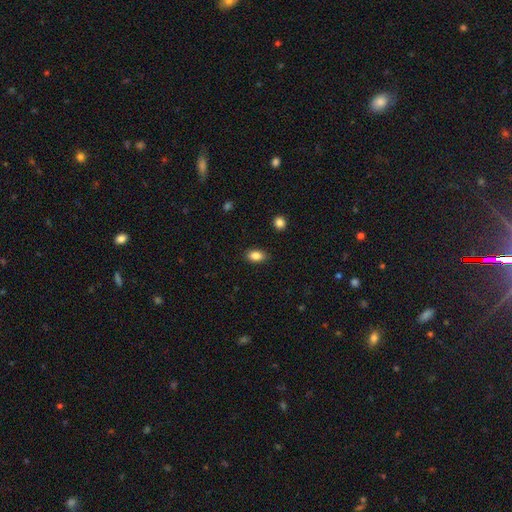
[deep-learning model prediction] Smooth or featured? smooth (86%)
How rounded? in between (87%)
Merging? none (87%)